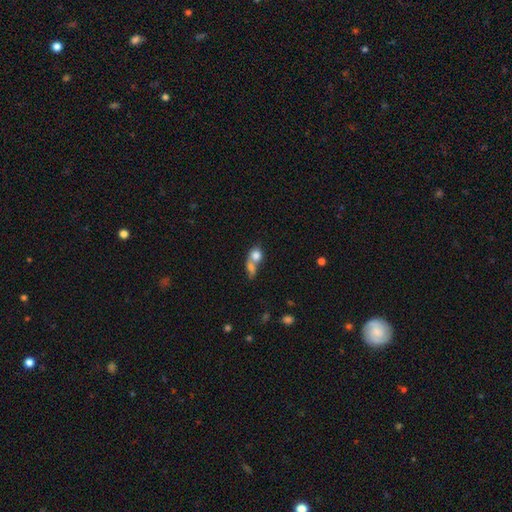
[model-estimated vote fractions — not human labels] This is likely a smooth galaxy (77%). How rounded: possibly round (58%). Merging: likely merger (65%).